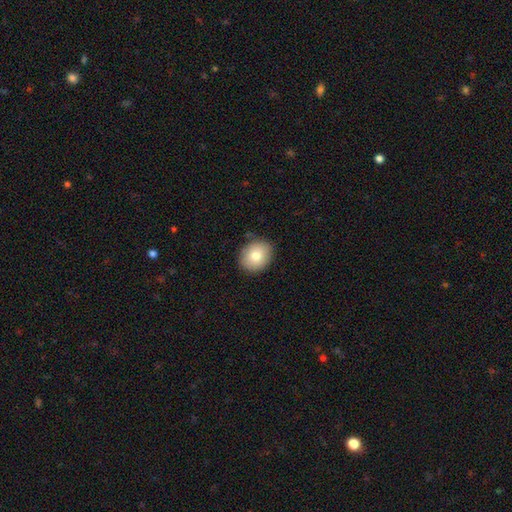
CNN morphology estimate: Smooth or featured? smooth (80%)
How rounded? round (59%)
Merging? none (83%)